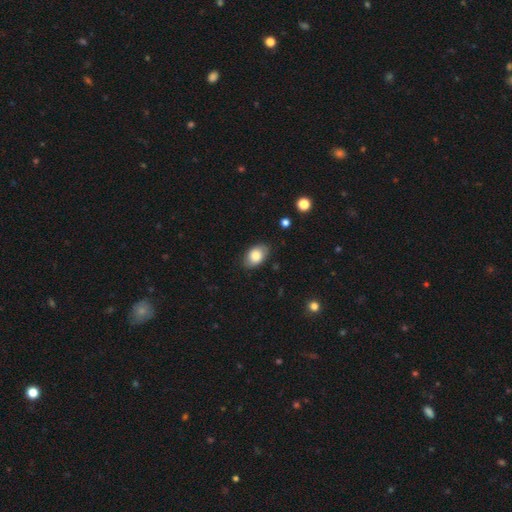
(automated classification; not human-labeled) Morphology: type=smooth (81%); roundness=in between (86%); merging=none (80%).